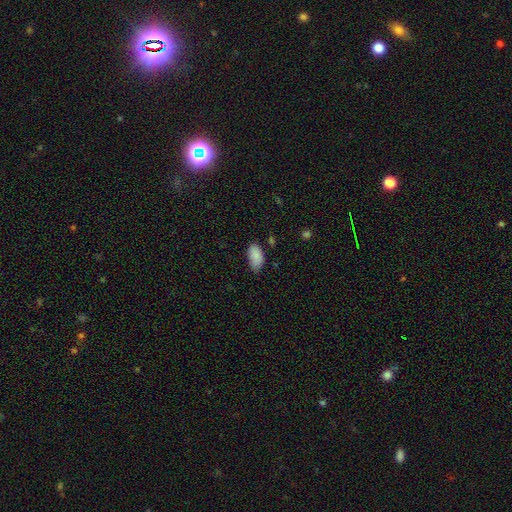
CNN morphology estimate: A smooth galaxy with no disk features (88%) that is in between round and cigar-shaped (93%).

Vote fractions:
- Smooth or featured? smooth: 88% / star or artifact: 7% / featured or disk: 5%
- How rounded? in between: 93% / cigar-shaped: 3% / round: 3%
- Merging? none: 67% / minor disturbance: 27% / major disturbance: 4% / merger: 2%